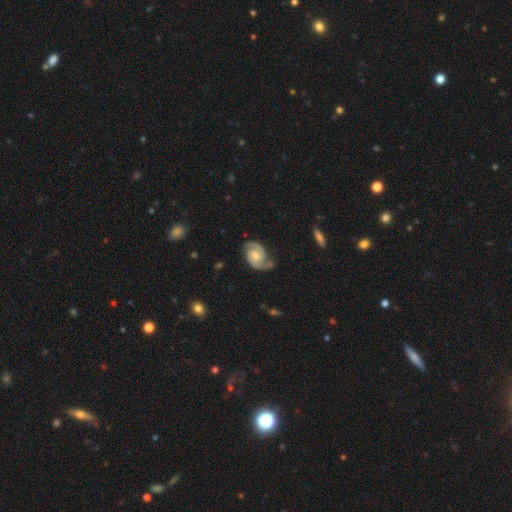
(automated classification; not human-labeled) The model was most divided on "spiral winding": medium: 47%, tight: 44%, loose: 9%. More confident: spiral arms — yes (98%); edge-on disk — no (98%); spiral arm count — 2 (93%); smooth or featured — featured or disk (90%); merging — none (74%); bar — no (60%); bulge size — moderate (52%).